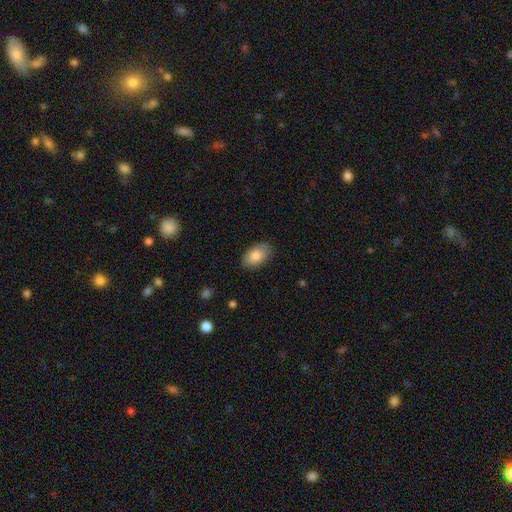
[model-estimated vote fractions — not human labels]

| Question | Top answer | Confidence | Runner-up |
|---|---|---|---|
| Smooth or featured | smooth | 84% | featured or disk (10%) |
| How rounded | in between | 93% | round (6%) |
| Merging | none | 84% | minor disturbance (12%) |